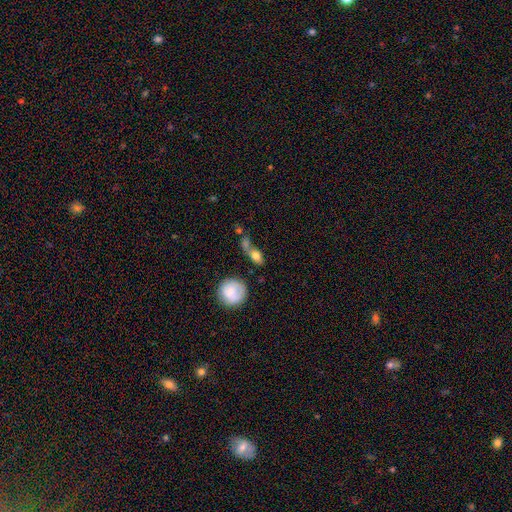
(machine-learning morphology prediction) Smooth or featured? Predicted: smooth (p=0.74). How rounded? Predicted: in between (p=0.53). Merging? Predicted: none (p=0.38).